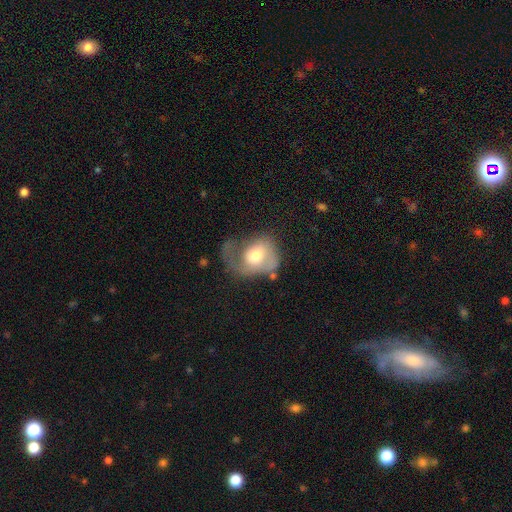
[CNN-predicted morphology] The model was most divided on "smooth or featured": smooth: 48%, featured or disk: 45%, star or artifact: 7%. More confident: merging — major disturbance (51%).